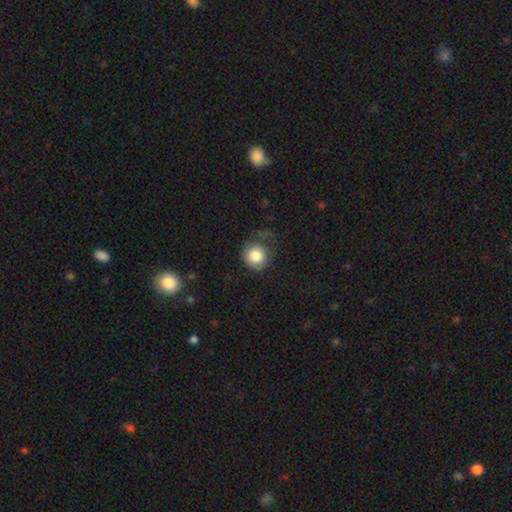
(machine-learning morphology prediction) Overall: smooth (84%). How rounded: round (90%). Merging: none (56%; minor disturbance 25%).